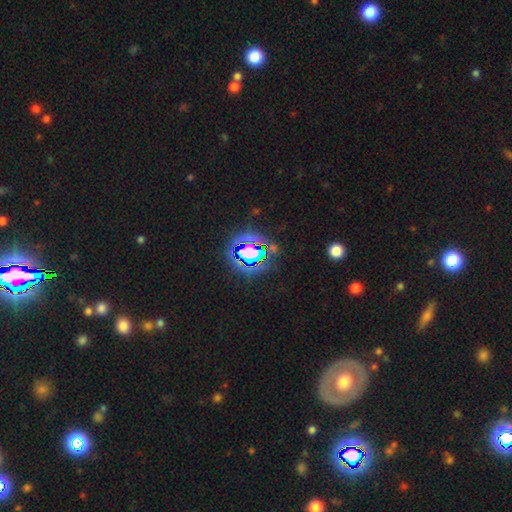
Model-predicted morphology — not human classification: A star or artifact, not a galaxy (68%).

Vote fractions:
- Smooth or featured? star or artifact: 68% / smooth: 20% / featured or disk: 12%